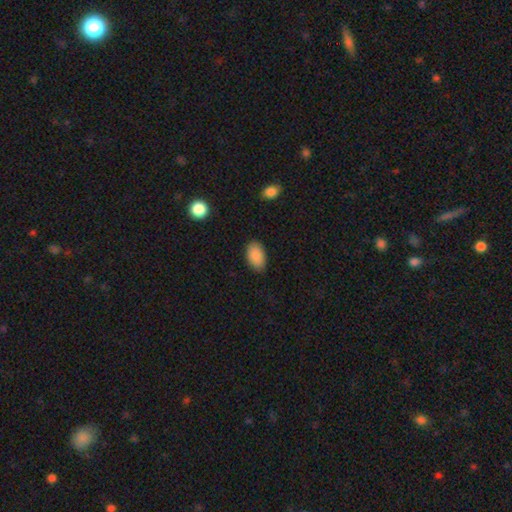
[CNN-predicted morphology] This is clearly a smooth galaxy (89%). How rounded: clearly in between (93%). Merging: clearly none (82%).